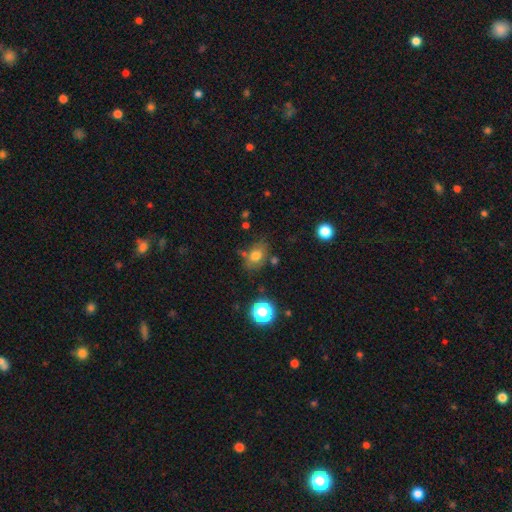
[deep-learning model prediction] smooth-or-featured: smooth: 74% | star or artifact: 13% | featured or disk: 13%
  how-rounded: in between: 68% | round: 30% | cigar-shaped: 2%
  merging: none: 71% | minor disturbance: 17% | merger: 7% | major disturbance: 5%